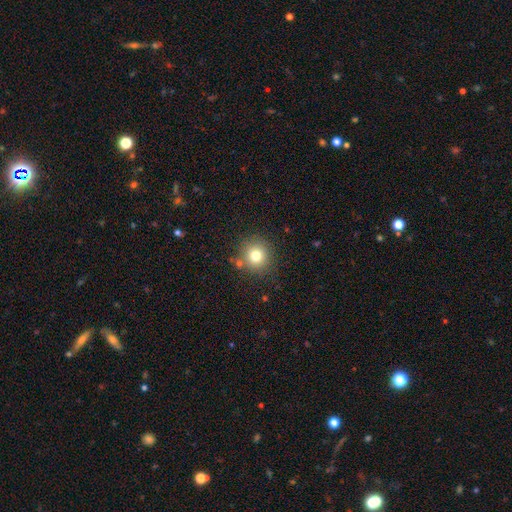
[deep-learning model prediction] A smooth galaxy with no disk features (77%) that is round (91%).

Vote fractions:
- Smooth or featured? smooth: 77% / star or artifact: 14% / featured or disk: 10%
- How rounded? round: 91% / in between: 8% / cigar-shaped: 1%
- Merging? none: 81% / minor disturbance: 9% / merger: 6% / major disturbance: 3%